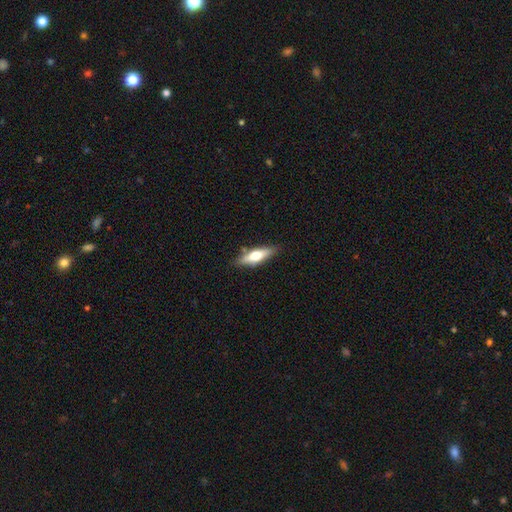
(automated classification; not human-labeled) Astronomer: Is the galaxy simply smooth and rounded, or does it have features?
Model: smooth — 53% (runner-up: featured or disk, 41%).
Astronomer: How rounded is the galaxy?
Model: cigar-shaped — 57% (runner-up: in between, 41%).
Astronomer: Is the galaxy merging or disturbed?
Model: none — 82%.